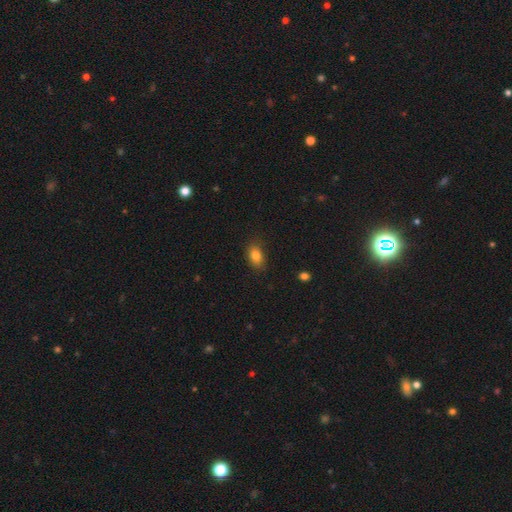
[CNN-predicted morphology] This appears to be a smooth galaxy with no disk features (83%) that is in between round and cigar-shaped (82%). Merging: none (81%).